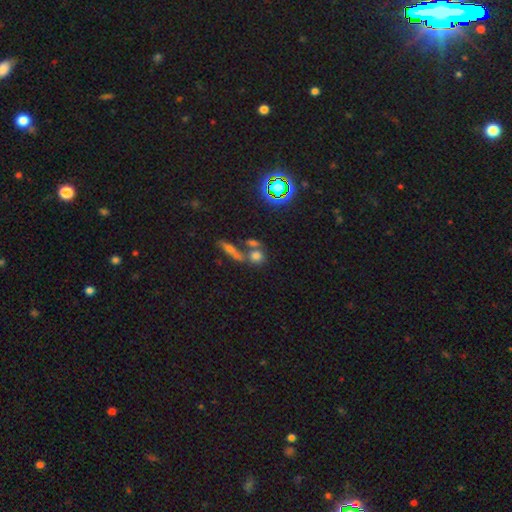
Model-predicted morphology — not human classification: smooth 58%, star or artifact 25%, featured or disk 17%. Down the decision tree: how rounded — round (70%); merging — none (46%).